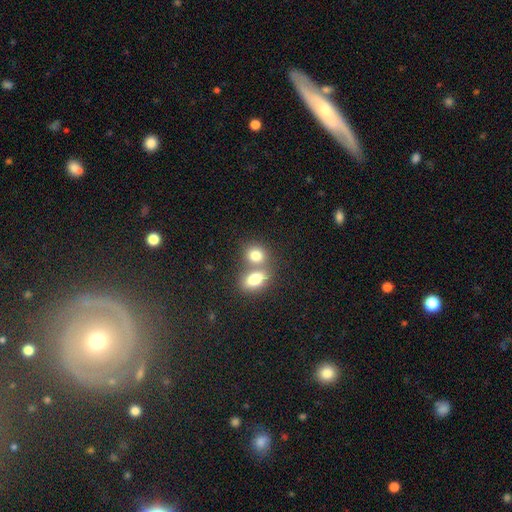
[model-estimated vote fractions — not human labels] Smooth or featured? smooth (79%)
How rounded? in between (50%)
Merging? merger (54%)